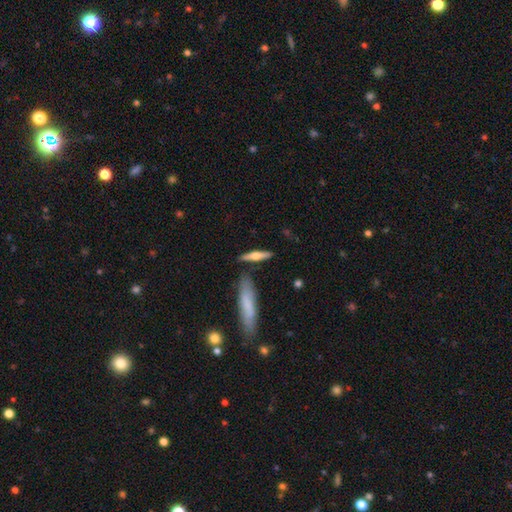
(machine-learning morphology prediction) smooth-or-featured: smooth: 49% | featured or disk: 46% | star or artifact: 6%
  merging: none: 78% | minor disturbance: 11% | merger: 8% | major disturbance: 3%